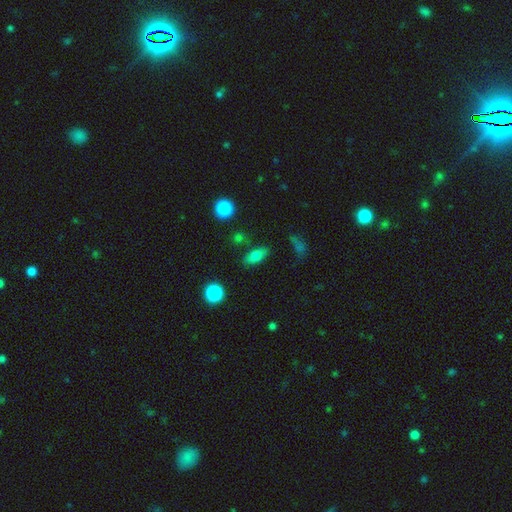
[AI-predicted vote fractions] Smooth or featured: smooth — 74% (featured or disk — 16%)
How rounded: in between — 79% (cigar-shaped — 14%)
Merging: none — 80% (minor disturbance — 12%)